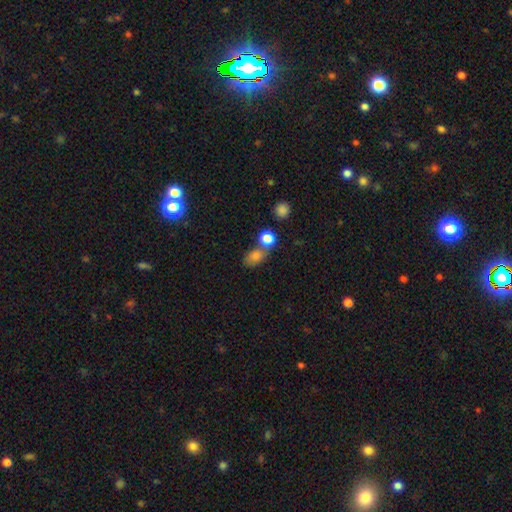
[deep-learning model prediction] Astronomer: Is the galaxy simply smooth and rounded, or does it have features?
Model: smooth — 76%.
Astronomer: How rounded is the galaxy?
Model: in between — 68%.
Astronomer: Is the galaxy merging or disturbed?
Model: none — 51% (runner-up: merger, 30%).